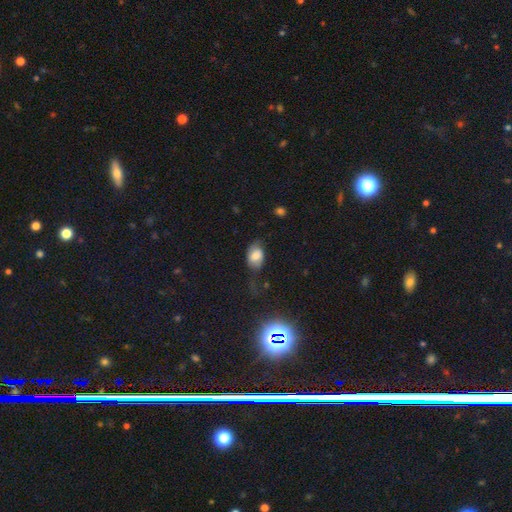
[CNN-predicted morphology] The model was most divided on "merging": none: 49%, minor disturbance: 31%, major disturbance: 18%, merger: 3%. More confident: how rounded — in between (82%); smooth or featured — smooth (60%).